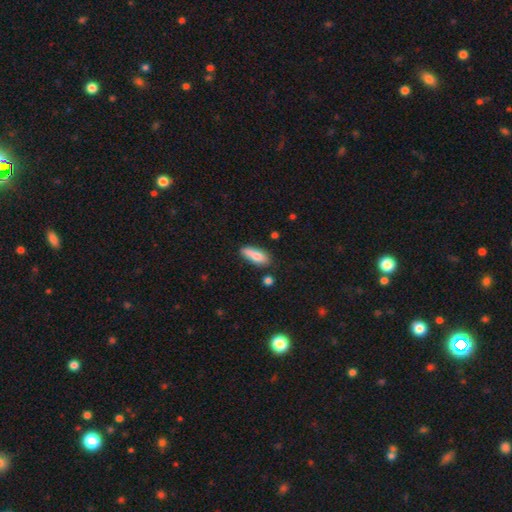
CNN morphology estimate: Smooth or featured: smooth — 76% (featured or disk — 17%)
How rounded: in between — 60% (cigar-shaped — 37%)
Merging: none — 67% (minor disturbance — 21%)